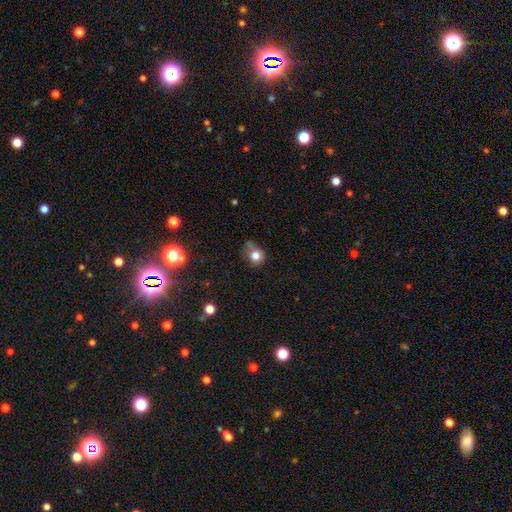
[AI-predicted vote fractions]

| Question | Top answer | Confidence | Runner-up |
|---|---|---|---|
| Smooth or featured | smooth | 77% | star or artifact (13%) |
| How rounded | round | 71% | in between (28%) |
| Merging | none | 42% | minor disturbance (34%) |